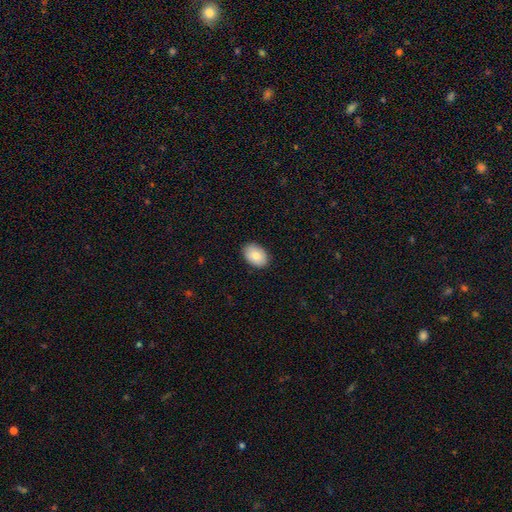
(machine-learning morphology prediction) A smooth galaxy with no disk features (81%) that is in between round and cigar-shaped (83%). Merging: none (89%).